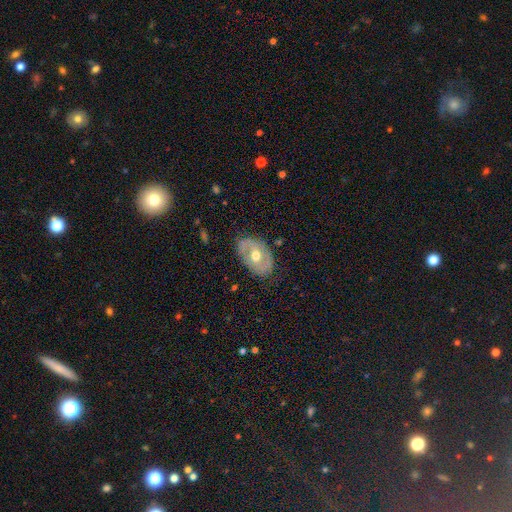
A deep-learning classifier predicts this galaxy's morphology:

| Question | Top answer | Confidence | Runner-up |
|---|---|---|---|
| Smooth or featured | featured or disk | 62% | smooth (31%) |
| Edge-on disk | no | 92% | yes (8%) |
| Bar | no | 59% | weak (29%) |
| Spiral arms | no | 56% | yes (44%) |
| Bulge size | moderate | 77% | small (14%) |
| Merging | none | 78% | minor disturbance (17%) |